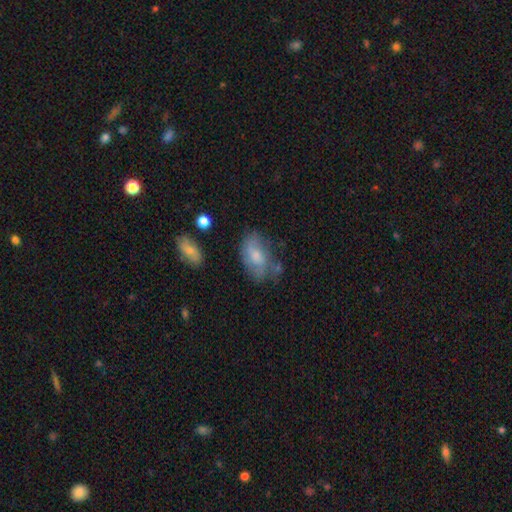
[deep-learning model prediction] smooth_or_featured: smooth (p=0.55) [alt: featured or disk p=0.37]
how_rounded: in between (p=0.90) [alt: round p=0.07]
merging: none (p=0.50) [alt: minor disturbance p=0.29]